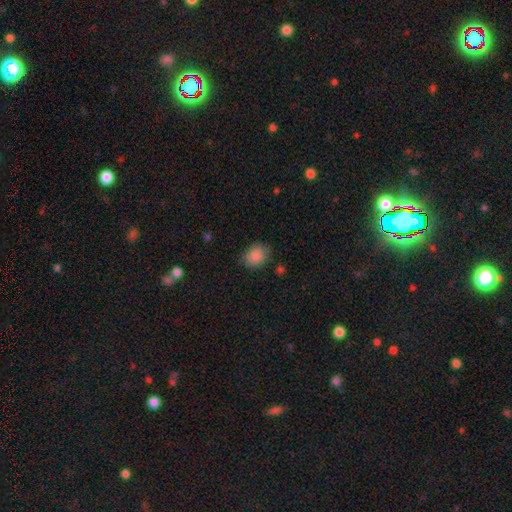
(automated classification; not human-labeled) Overall: smooth (88%). How rounded: in between (57%; round 42%). Merging: none (80%).